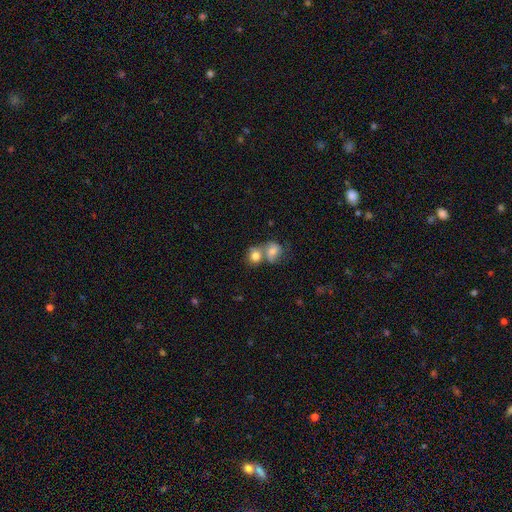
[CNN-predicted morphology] A smooth galaxy with no disk features (76%) that is round (68%). Merging: merger (59%).